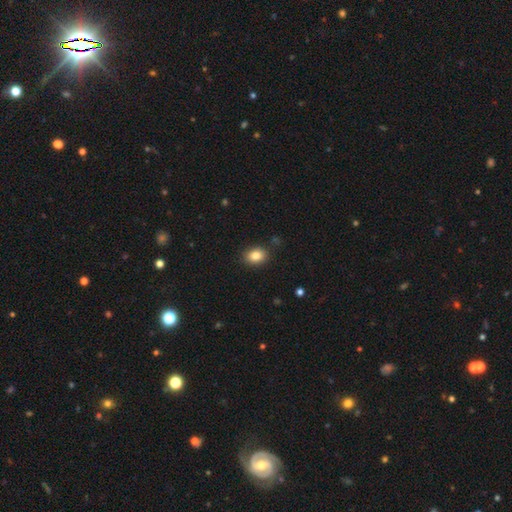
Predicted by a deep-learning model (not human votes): Overall: smooth (84%). How rounded: in between (62%; round 37%). Merging: none (87%).